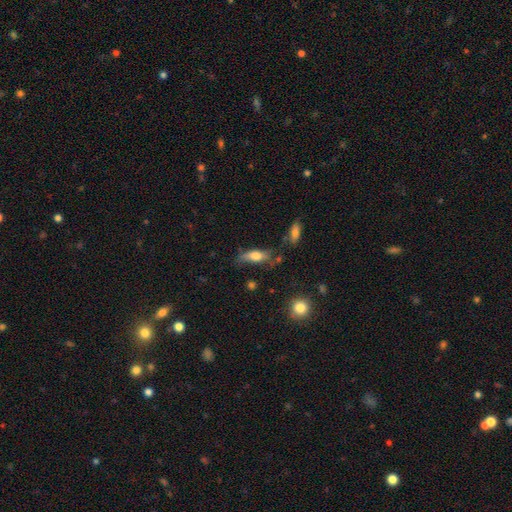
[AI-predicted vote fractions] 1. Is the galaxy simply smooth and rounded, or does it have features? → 63% smooth, 29% featured or disk, 8% star or artifact.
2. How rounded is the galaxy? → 60% in between, 37% cigar-shaped, 3% round.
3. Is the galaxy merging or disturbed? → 56% none, 28% minor disturbance, 11% major disturbance, 6% merger.